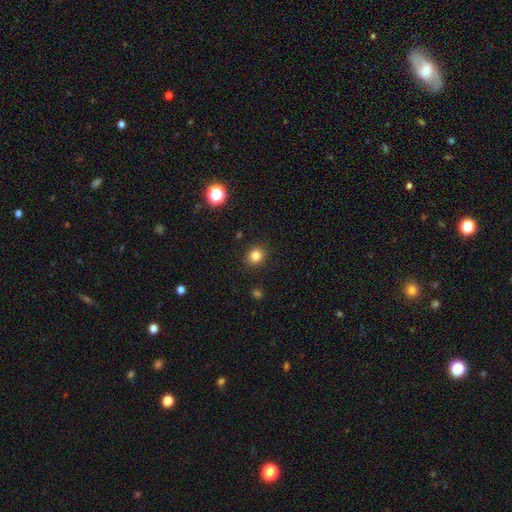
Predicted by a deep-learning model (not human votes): Smooth or featured? Predicted: smooth (p=0.82). How rounded? Predicted: round (p=0.83). Merging? Predicted: none (p=0.90).